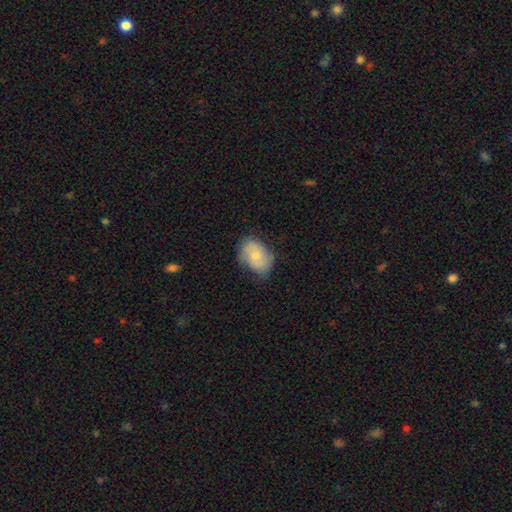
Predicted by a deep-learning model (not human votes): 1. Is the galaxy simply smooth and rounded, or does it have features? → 68% smooth, 25% featured or disk, 7% star or artifact.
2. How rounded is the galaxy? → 78% in between, 21% round, 1% cigar-shaped.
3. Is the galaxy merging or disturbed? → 66% none, 26% minor disturbance, 6% major disturbance, 1% merger.